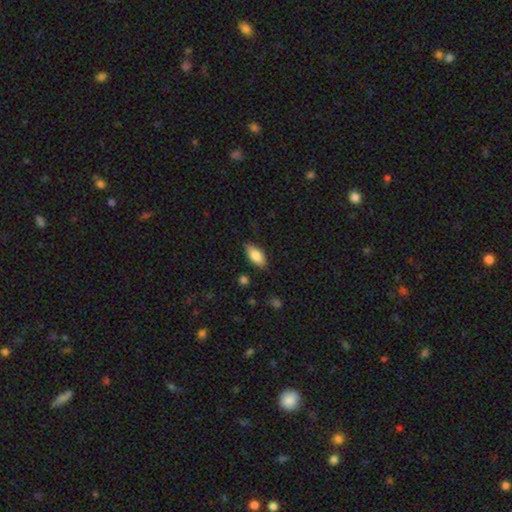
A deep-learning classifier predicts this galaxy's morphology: Smooth or featured?
  - smooth: 83% *
  - featured or disk: 11%
  - star or artifact: 7%
How rounded?
  - in between: 88% *
  - cigar-shaped: 9%
  - round: 3%
Merging?
  - none: 84% *
  - minor disturbance: 12%
  - major disturbance: 3%
  - merger: 1%